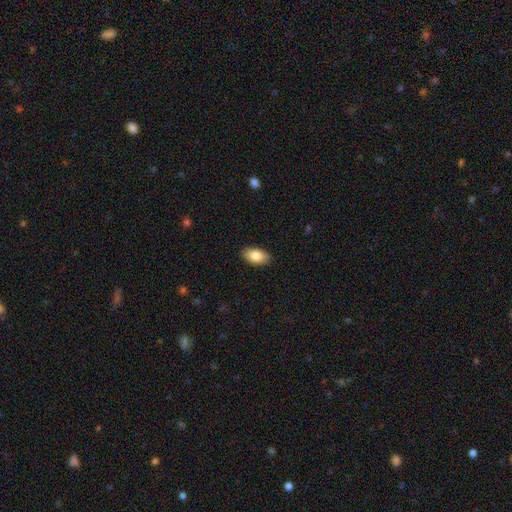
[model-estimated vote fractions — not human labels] smooth 82%, featured or disk 12%, star or artifact 7%. Down the decision tree: how rounded — in between (93%); merging — none (89%).